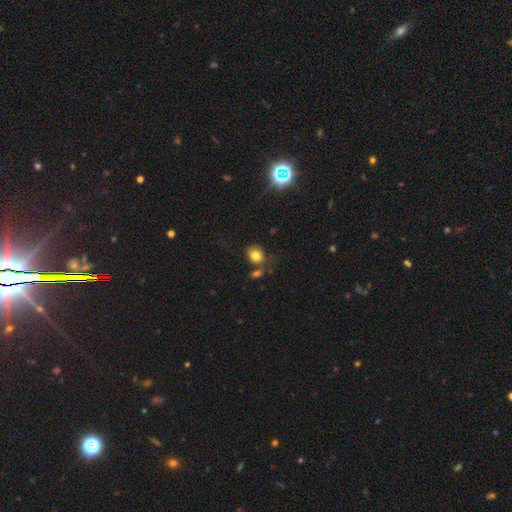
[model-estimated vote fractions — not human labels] smooth-or-featured: smooth: 78% | star or artifact: 12% | featured or disk: 10%
  how-rounded: round: 68% | in between: 31% | cigar-shaped: 1%
  merging: none: 67% | minor disturbance: 14% | merger: 14% | major disturbance: 5%